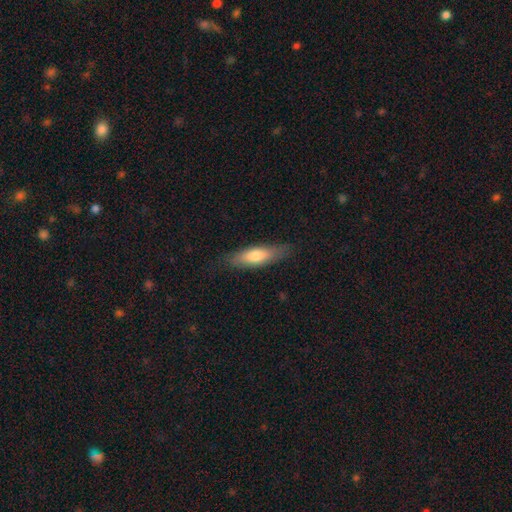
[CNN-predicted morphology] Smooth or featured?
  - smooth: 70% *
  - featured or disk: 25%
  - star or artifact: 6%
How rounded?
  - cigar-shaped: 54% *
  - in between: 44%
  - round: 2%
Merging?
  - none: 80% *
  - minor disturbance: 16%
  - major disturbance: 4%
  - merger: 1%